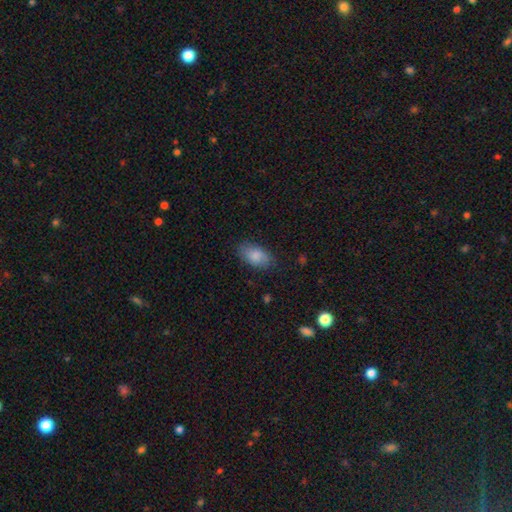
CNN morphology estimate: Smooth or featured: smooth — 85% (featured or disk — 9%)
How rounded: in between — 93% (round — 5%)
Merging: none — 80% (minor disturbance — 15%)